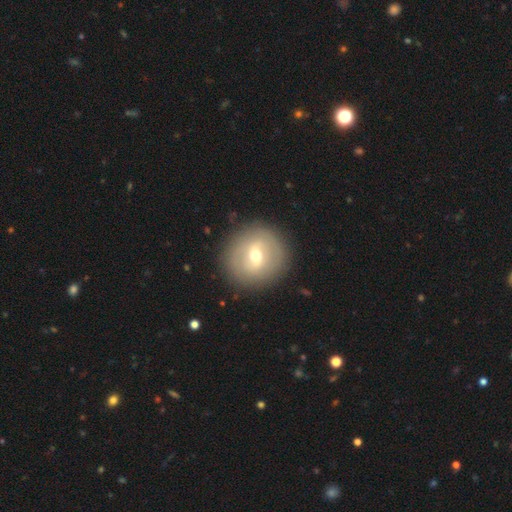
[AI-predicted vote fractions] A featured or disk galaxy (48%).

Vote fractions:
- Smooth or featured? featured or disk: 48% / smooth: 44% / star or artifact: 8%
- Merging? none: 87% / minor disturbance: 8% / major disturbance: 4% / merger: 1%